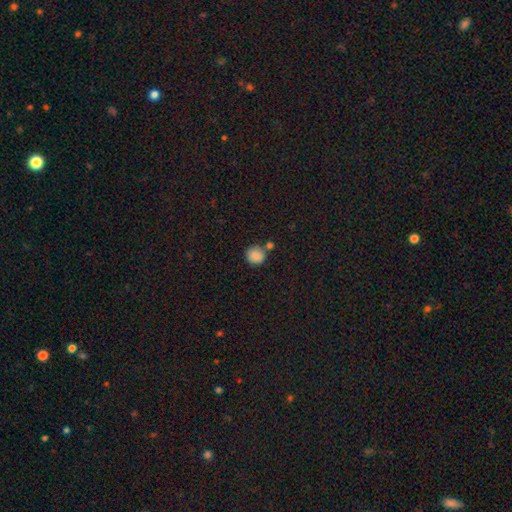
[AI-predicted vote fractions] Smooth or featured? Predicted: smooth (p=0.86). How rounded? Predicted: round (p=0.88). Merging? Predicted: none (p=0.64).